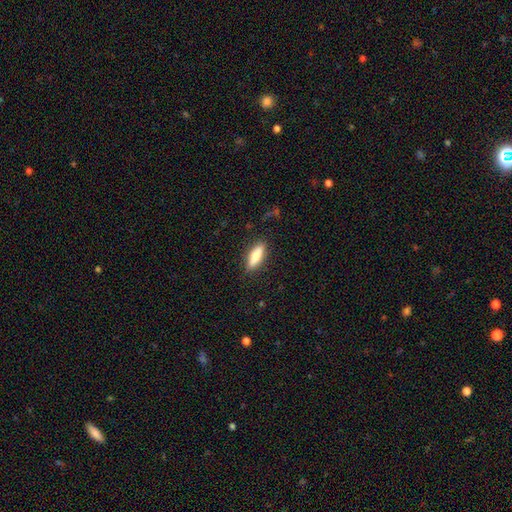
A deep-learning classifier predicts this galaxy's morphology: smooth 75%, featured or disk 19%, star or artifact 6%. Down the decision tree: how rounded — cigar-shaped (50%); merging — none (86%).